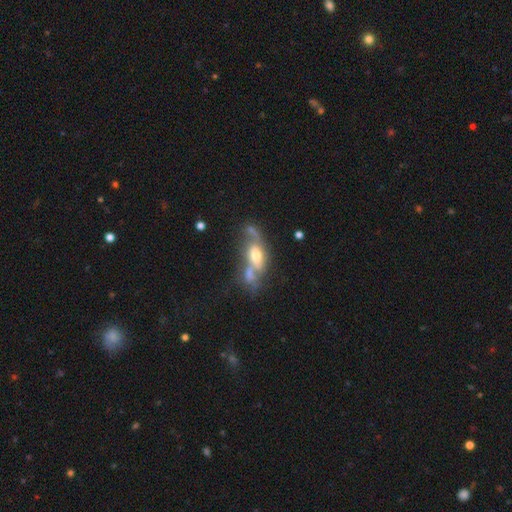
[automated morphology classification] A featured or disk galaxy (59%).

Vote fractions:
- Smooth or featured? featured or disk: 59% / smooth: 32% / star or artifact: 8%
- Edge-on disk? no: 78% / yes: 22%
- Merging? merger: 37% / none: 30% / minor disturbance: 16% / major disturbance: 16%